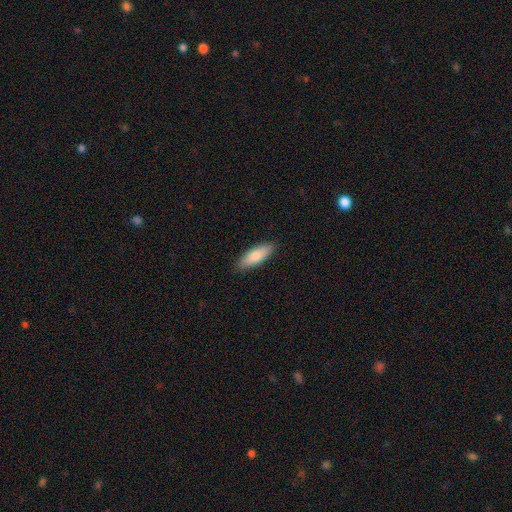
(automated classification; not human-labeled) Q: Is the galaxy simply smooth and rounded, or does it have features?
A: smooth — 82%.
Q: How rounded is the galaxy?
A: in between — 59%.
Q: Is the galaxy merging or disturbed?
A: none — 88%.